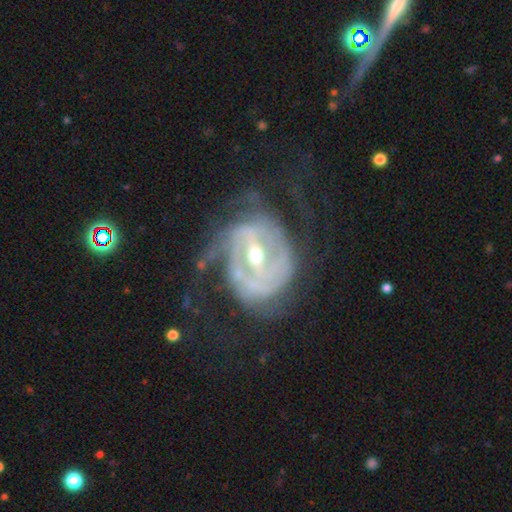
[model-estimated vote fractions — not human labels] A featured or disk galaxy (88%) with a strong bar (51%), 2 (42%) tight (49%) spiral arms (89%) and a moderate central bulge (51%). Merging: none (49%).